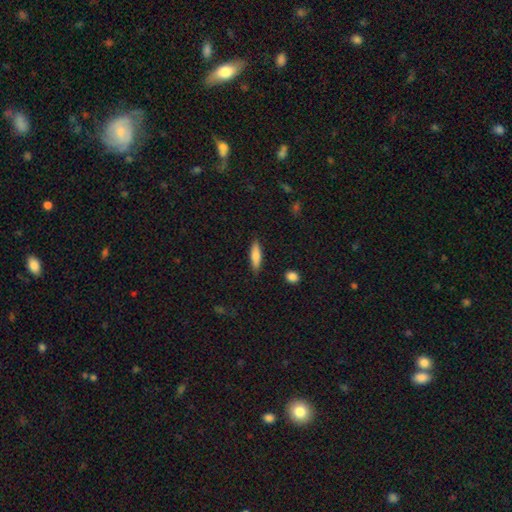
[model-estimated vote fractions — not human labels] This is likely a smooth galaxy (78%). How rounded: likely cigar-shaped (62%). Merging: clearly none (87%).